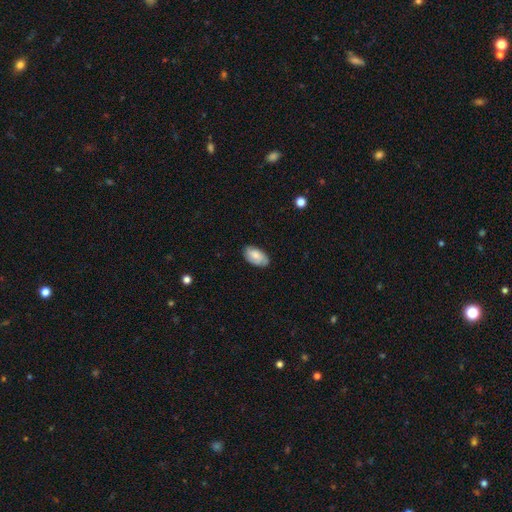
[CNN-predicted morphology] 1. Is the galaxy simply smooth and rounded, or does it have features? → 57% smooth, 35% featured or disk, 7% star or artifact.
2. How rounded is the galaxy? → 93% in between, 4% round, 2% cigar-shaped.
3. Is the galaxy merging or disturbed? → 78% none, 17% minor disturbance, 3% major disturbance, 1% merger.